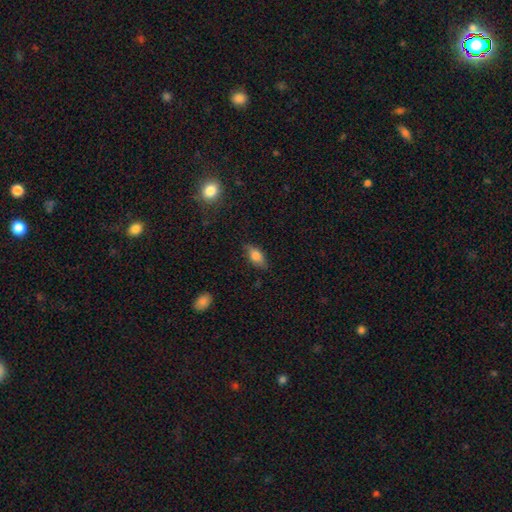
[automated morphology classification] Q: Smooth or featured?
A: smooth (73%); runner-up: featured or disk (19%)
Q: How rounded?
A: in between (83%); runner-up: cigar-shaped (13%)
Q: Merging?
A: none (81%); runner-up: minor disturbance (15%)